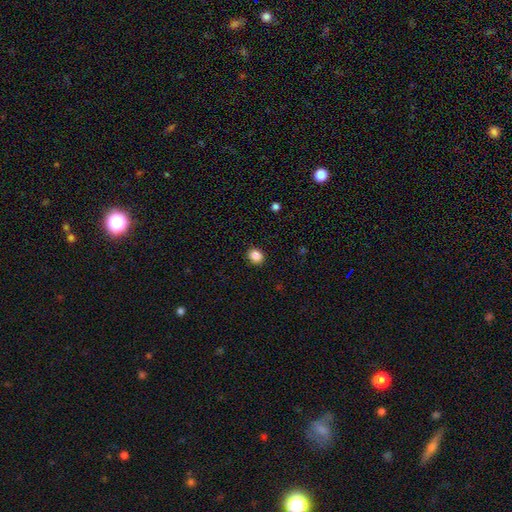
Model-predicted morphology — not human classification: This appears to be a smooth galaxy with no disk features (88%) that is round (69%). Merging: none (91%).